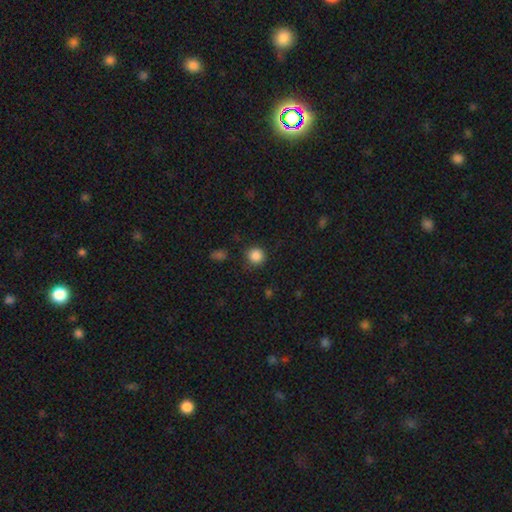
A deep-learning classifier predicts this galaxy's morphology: A smooth galaxy with no disk features (86%) that is round (94%).

Vote fractions:
- Smooth or featured? smooth: 86% / star or artifact: 11% / featured or disk: 3%
- How rounded? round: 94% / in between: 5% / cigar-shaped: 1%
- Merging? none: 86% / minor disturbance: 9% / major disturbance: 3% / merger: 2%